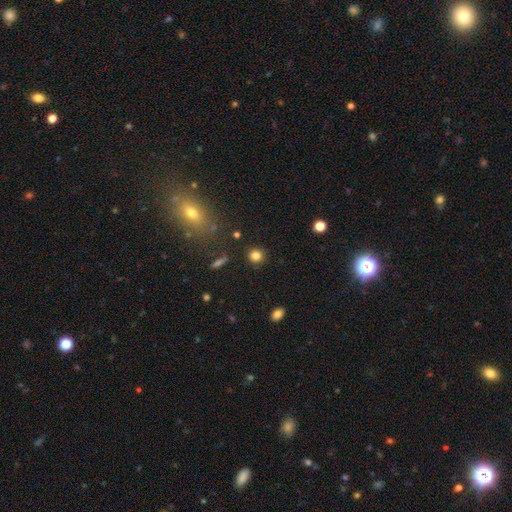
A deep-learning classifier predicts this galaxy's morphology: smooth 82%, star or artifact 12%, featured or disk 6%. Down the decision tree: how rounded — round (87%); merging — none (89%).